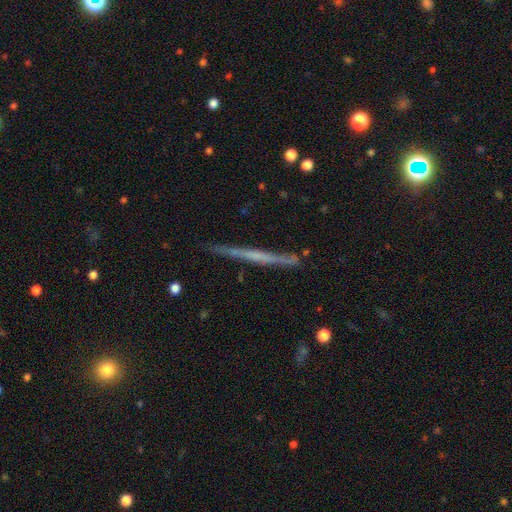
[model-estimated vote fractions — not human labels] This appears to be a featured or disk galaxy (60%) viewed edge-on (97%) with no central bulge (78%). Merging: none (85%).